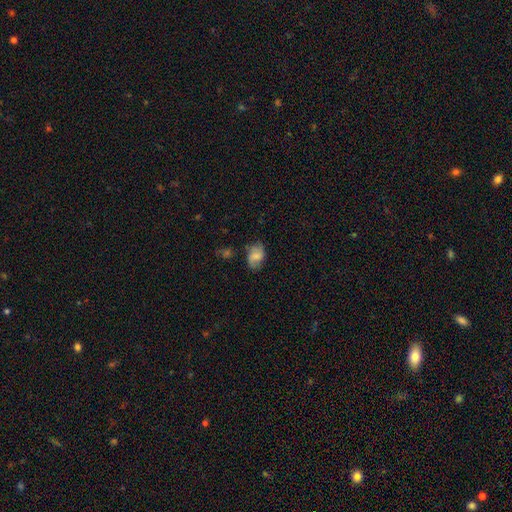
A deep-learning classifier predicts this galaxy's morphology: A smooth galaxy with no disk features (56%) that is in between round and cigar-shaped (83%).

Vote fractions:
- Smooth or featured? smooth: 56% / featured or disk: 34% / star or artifact: 10%
- How rounded? in between: 83% / round: 15% / cigar-shaped: 2%
- Merging? none: 64% / minor disturbance: 25% / major disturbance: 8% / merger: 3%